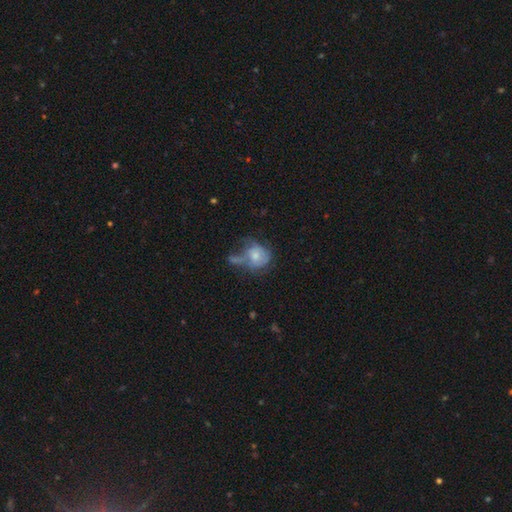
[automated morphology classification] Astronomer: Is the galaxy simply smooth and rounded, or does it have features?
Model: smooth — 50% (runner-up: featured or disk, 41%).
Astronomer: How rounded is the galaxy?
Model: round — 58% (runner-up: in between, 41%).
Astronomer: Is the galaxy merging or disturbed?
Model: major disturbance — 32% (runner-up: none, 25%).